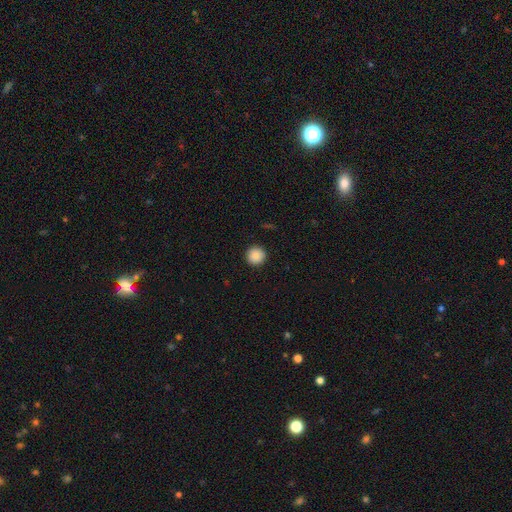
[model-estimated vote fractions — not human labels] Smooth or featured?
  - smooth: 89% *
  - star or artifact: 9%
  - featured or disk: 2%
How rounded?
  - round: 96% *
  - in between: 3%
  - cigar-shaped: 1%
Merging?
  - none: 94% *
  - minor disturbance: 4%
  - major disturbance: 2%
  - merger: 1%